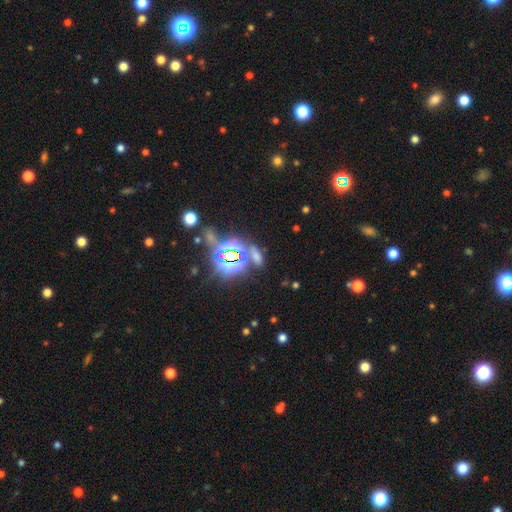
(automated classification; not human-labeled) smooth-or-featured: star or artifact: 50% | smooth: 40% | featured or disk: 10%